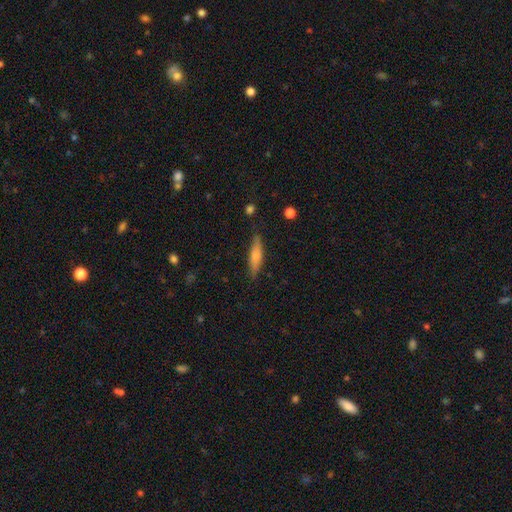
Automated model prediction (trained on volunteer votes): A smooth galaxy with no disk features (61%) that is cigar-shaped (75%).

Vote fractions:
- Smooth or featured? smooth: 61% / featured or disk: 32% / star or artifact: 7%
- How rounded? cigar-shaped: 75% / in between: 23% / round: 2%
- Merging? none: 84% / minor disturbance: 12% / major disturbance: 3% / merger: 2%